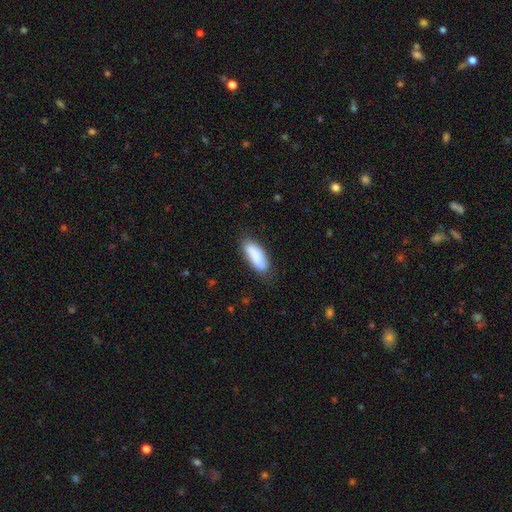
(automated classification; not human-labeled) Smooth or featured? smooth (82%)
How rounded? in between (78%)
Merging? none (76%)